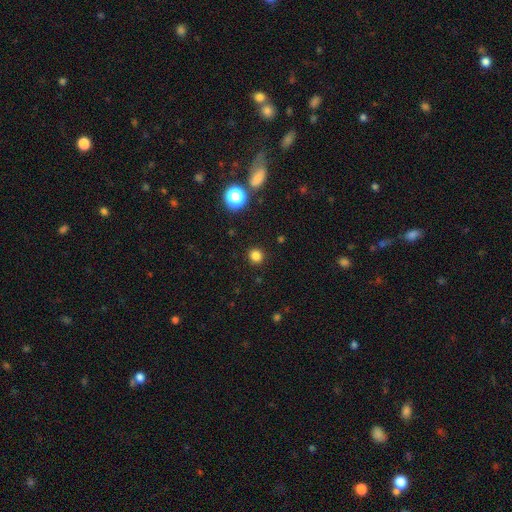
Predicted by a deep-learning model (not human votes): This appears to be a smooth galaxy with no disk features (82%) that is round (92%). Merging: none (92%).